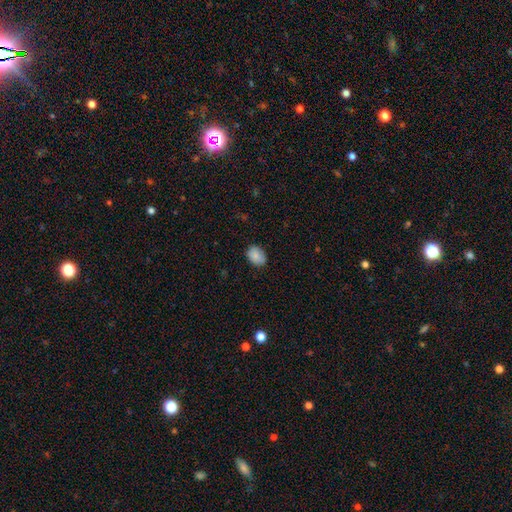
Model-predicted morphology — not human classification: smooth-or-featured: smooth: 86% | star or artifact: 8% | featured or disk: 7%
  how-rounded: in between: 67% | round: 32% | cigar-shaped: 1%
  merging: none: 80% | minor disturbance: 16% | major disturbance: 3% | merger: 1%